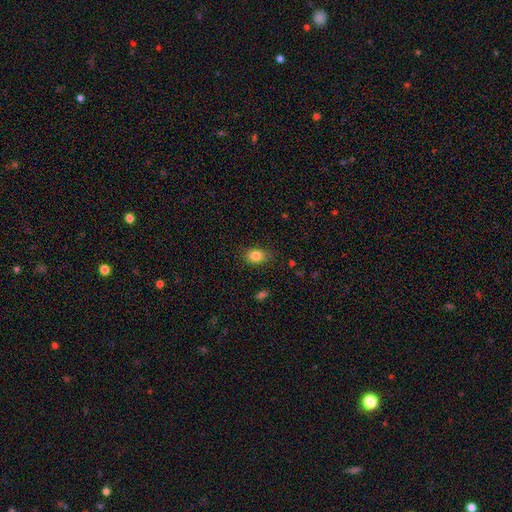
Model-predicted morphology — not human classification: Smooth or featured? smooth (84%)
How rounded? in between (72%)
Merging? none (80%)